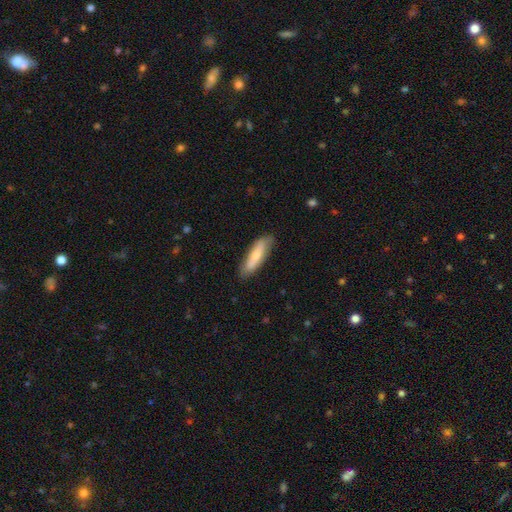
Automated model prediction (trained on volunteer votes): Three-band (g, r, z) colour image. It shows a smooth galaxy with no disk features (67%) that is cigar-shaped (63%). Merging: none (80%).